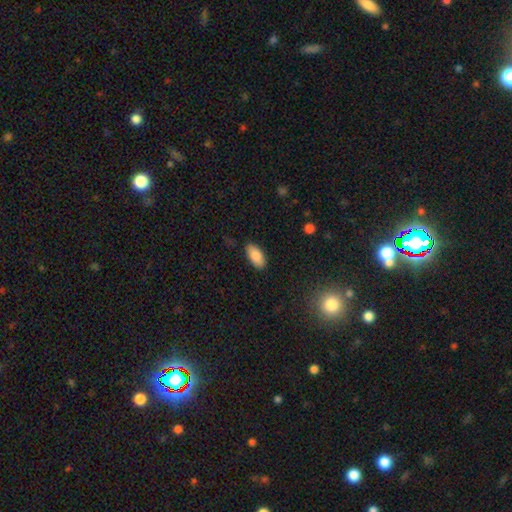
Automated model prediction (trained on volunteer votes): Smooth or featured: smooth — 86% (star or artifact — 7%)
How rounded: in between — 91% (cigar-shaped — 6%)
Merging: none — 86% (minor disturbance — 10%)